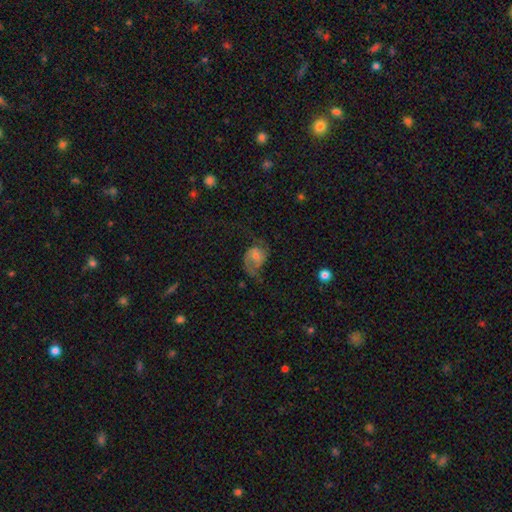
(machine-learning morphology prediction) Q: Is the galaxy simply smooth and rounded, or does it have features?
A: featured or disk — 72%.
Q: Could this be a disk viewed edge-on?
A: no — 97%.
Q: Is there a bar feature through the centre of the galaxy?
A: no — 61%.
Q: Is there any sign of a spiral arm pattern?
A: yes — 92%.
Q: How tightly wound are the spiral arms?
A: loose — 50%.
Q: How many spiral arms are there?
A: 2 — 81%.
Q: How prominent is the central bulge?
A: small — 45%.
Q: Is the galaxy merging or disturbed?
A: none — 53%.